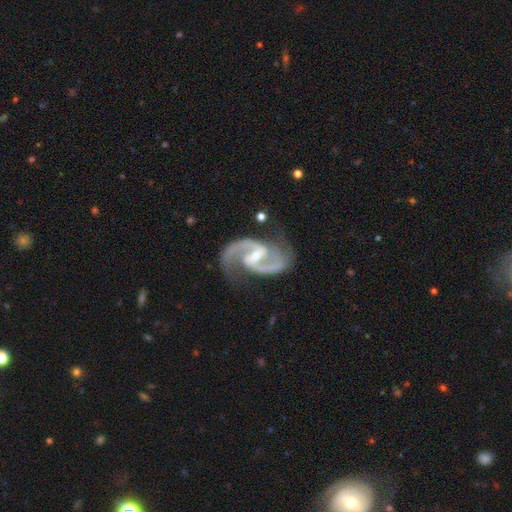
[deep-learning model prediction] featured or disk 93%, star or artifact 4%, smooth 2%. Down the decision tree: edge-on disk — no (98%); bar — weak (44%); spiral arms — yes (99%); spiral arm count — 2 (94%); spiral winding — medium (60%); bulge size — small (56%); merging — none (75%).